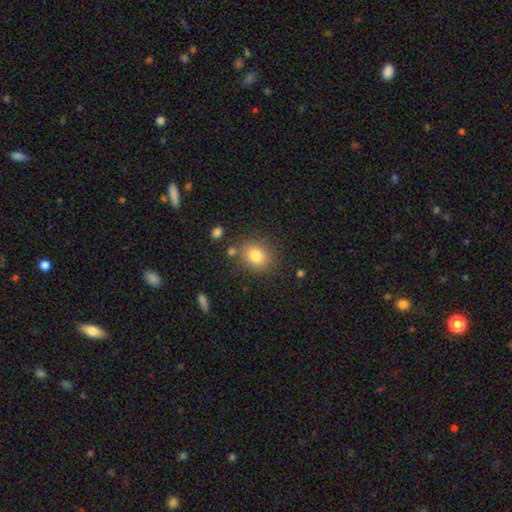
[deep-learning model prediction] Smooth or featured?
  - smooth: 80% *
  - star or artifact: 11%
  - featured or disk: 9%
How rounded?
  - round: 63% *
  - in between: 36%
  - cigar-shaped: 1%
Merging?
  - none: 79% *
  - minor disturbance: 11%
  - merger: 6%
  - major disturbance: 4%